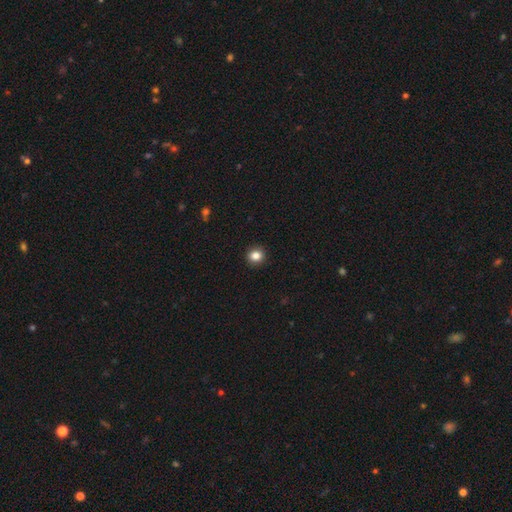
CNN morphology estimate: The model was most divided on "smooth or featured": smooth: 84%, star or artifact: 11%, featured or disk: 5%. More confident: merging — none (93%); how rounded — round (88%).